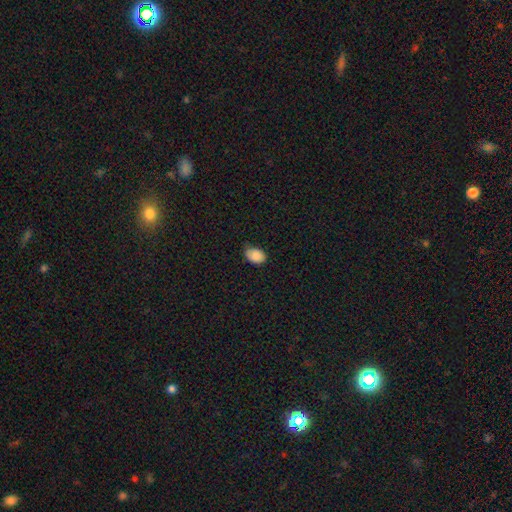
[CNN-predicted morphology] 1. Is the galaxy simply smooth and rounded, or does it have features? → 88% smooth, 7% star or artifact, 5% featured or disk.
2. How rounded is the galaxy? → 84% in between, 15% round, 1% cigar-shaped.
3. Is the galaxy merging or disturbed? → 66% none, 29% minor disturbance, 4% major disturbance, 1% merger.